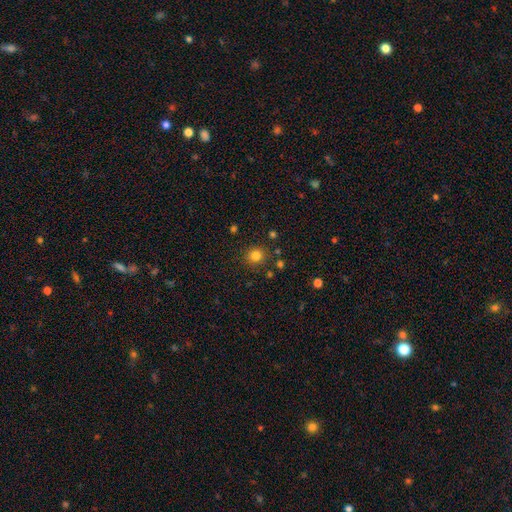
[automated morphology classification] This is clearly a smooth galaxy (81%). How rounded: clearly round (90%). Merging: clearly none (87%).